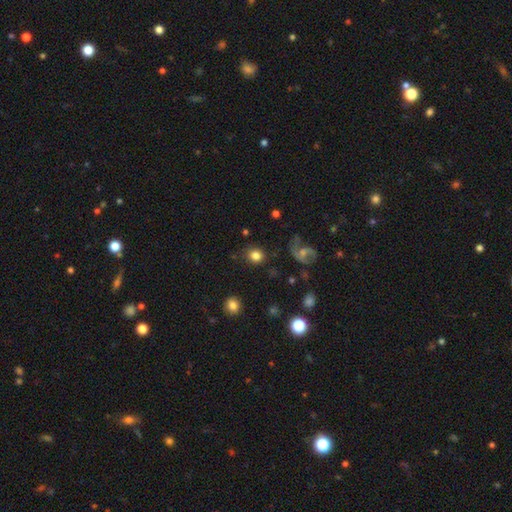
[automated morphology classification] smooth_or_featured: smooth (p=0.81) [alt: star or artifact p=0.10]
how_rounded: round (p=0.79) [alt: in between p=0.20]
merging: none (p=0.81) [alt: minor disturbance p=0.11]